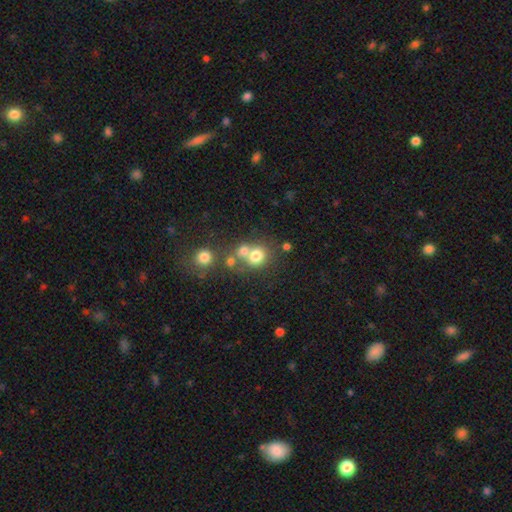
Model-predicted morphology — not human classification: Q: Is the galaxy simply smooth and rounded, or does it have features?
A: smooth — 71%.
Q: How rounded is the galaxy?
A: round — 80%.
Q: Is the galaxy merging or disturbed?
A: none — 46%.